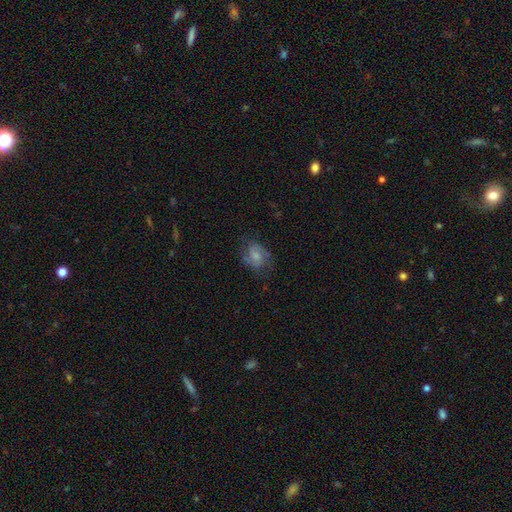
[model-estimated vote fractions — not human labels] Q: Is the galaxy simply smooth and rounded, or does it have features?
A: featured or disk — 63%.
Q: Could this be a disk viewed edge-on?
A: no — 97%.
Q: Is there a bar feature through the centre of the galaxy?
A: no — 52%.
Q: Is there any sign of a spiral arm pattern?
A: yes — 91%.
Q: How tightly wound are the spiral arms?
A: medium — 50%.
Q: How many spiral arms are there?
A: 2 — 81%.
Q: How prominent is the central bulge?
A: small — 34%.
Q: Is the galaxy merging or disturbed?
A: none — 68%.